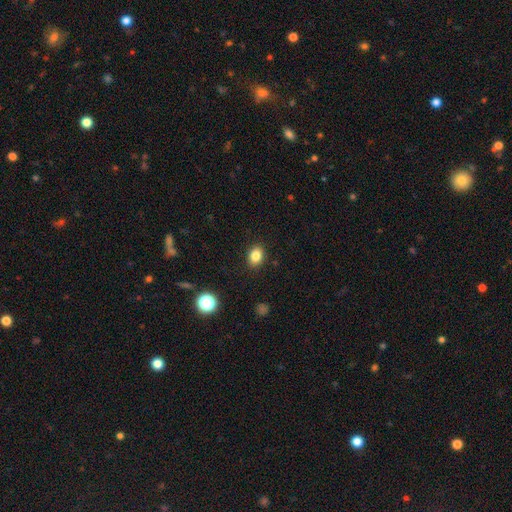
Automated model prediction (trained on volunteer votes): The model was most divided on "how rounded": in between: 67%, round: 31%, cigar-shaped: 1%. More confident: merging — none (88%); smooth or featured — smooth (84%).